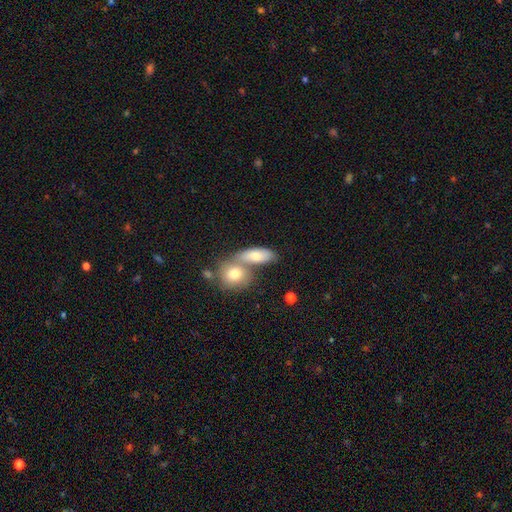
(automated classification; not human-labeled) Smooth or featured: smooth — 74% (featured or disk — 18%)
How rounded: in between — 75% (cigar-shaped — 13%)
Merging: merger — 51% (none — 35%)